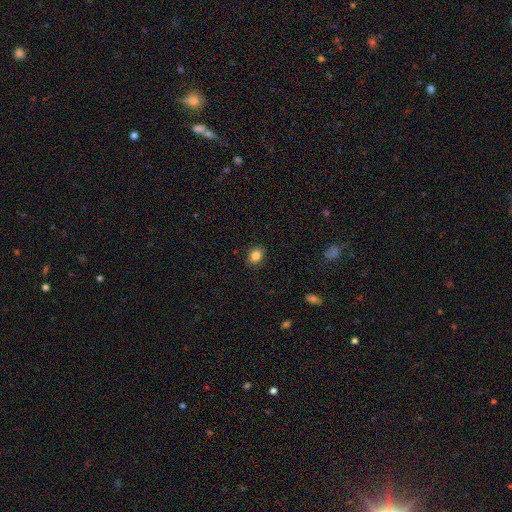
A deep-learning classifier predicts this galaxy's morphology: smooth 84%, star or artifact 10%, featured or disk 6%. Down the decision tree: how rounded — round (58%); merging — none (86%).